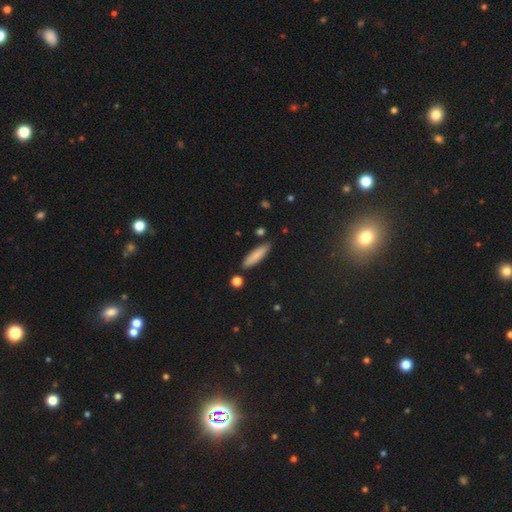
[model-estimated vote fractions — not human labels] This appears to be a smooth galaxy with no disk features (82%) that is cigar-shaped (71%). Merging: none (85%).